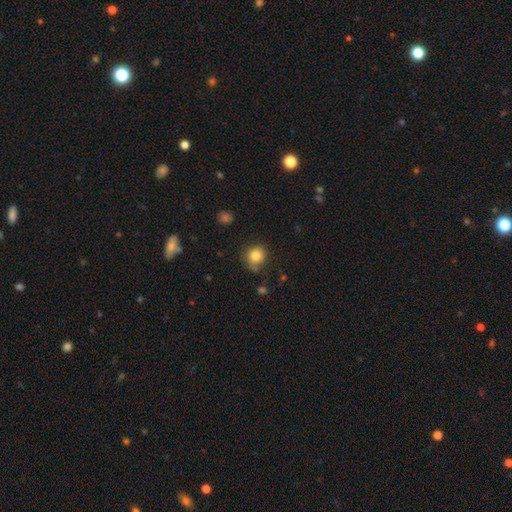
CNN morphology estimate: smooth_or_featured: smooth (p=0.82) [alt: star or artifact p=0.11]
how_rounded: round (p=0.84) [alt: in between p=0.15]
merging: none (p=0.74) [alt: minor disturbance p=0.19]